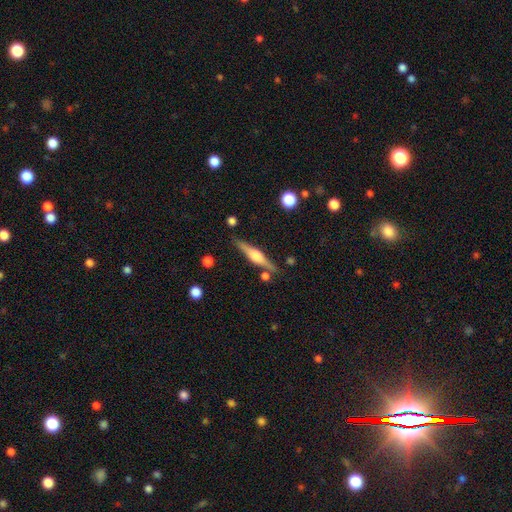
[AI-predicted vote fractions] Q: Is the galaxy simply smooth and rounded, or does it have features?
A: featured or disk — 73%.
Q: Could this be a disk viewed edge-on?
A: yes — 97%.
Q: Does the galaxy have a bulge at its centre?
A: rounded — 79%.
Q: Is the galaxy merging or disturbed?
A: none — 83%.